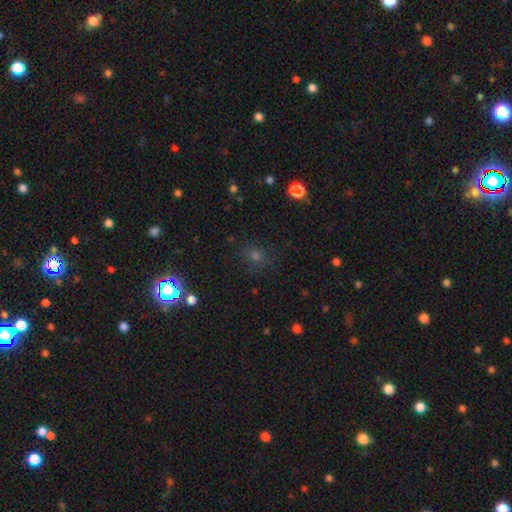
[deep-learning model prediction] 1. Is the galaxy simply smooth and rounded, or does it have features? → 49% smooth, 41% star or artifact, 10% featured or disk.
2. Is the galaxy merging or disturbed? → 81% none, 11% minor disturbance, 5% major disturbance, 2% merger.